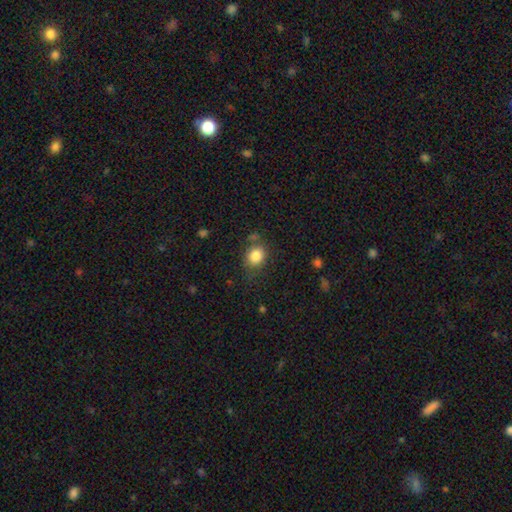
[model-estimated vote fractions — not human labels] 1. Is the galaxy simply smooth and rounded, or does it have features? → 83% smooth, 10% star or artifact, 7% featured or disk.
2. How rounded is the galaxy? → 56% round, 43% in between, 1% cigar-shaped.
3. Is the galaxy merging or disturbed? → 71% none, 18% minor disturbance, 6% merger, 6% major disturbance.